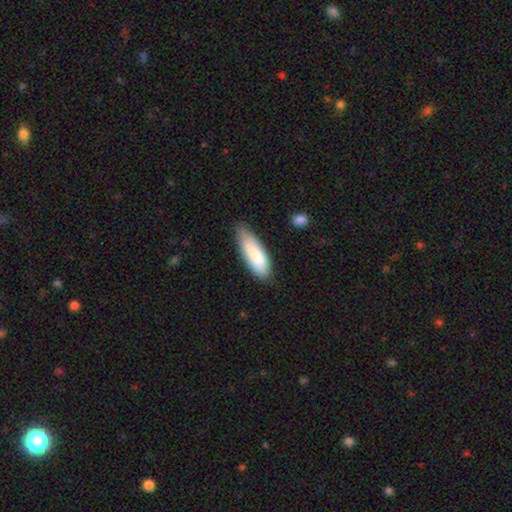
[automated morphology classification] Smooth or featured? smooth (84%)
How rounded? in between (58%)
Merging? none (67%)